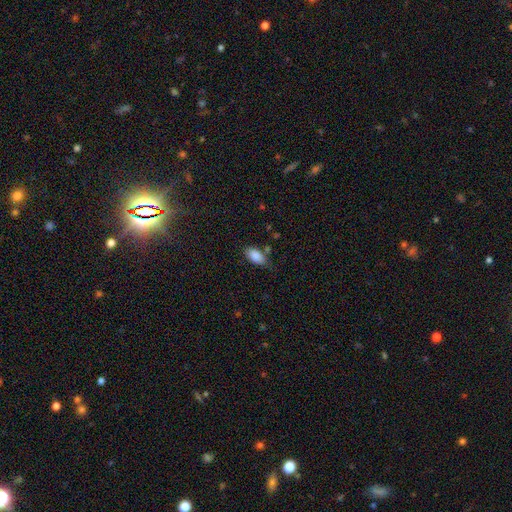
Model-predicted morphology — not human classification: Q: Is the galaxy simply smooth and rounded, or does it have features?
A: smooth — 86%.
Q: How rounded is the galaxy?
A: in between — 92%.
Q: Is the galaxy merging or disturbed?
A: none — 67%.